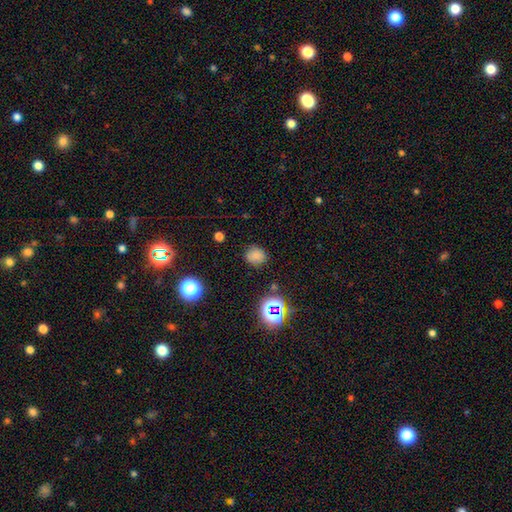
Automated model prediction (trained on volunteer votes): Overall: smooth (73%). How rounded: round (71%). Merging: none (82%).